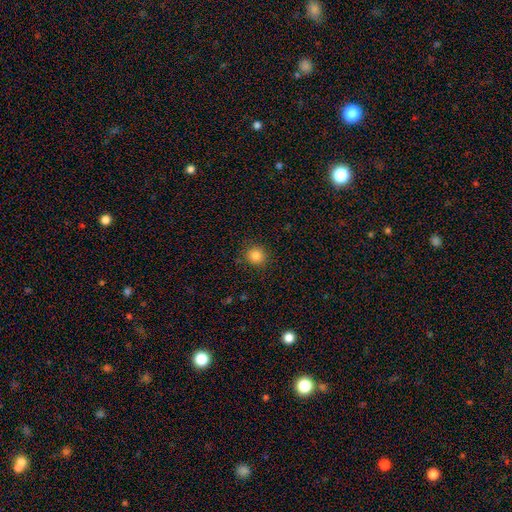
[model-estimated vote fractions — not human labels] Smooth or featured: smooth — 84% (star or artifact — 11%)
How rounded: round — 91% (in between — 8%)
Merging: none — 88% (minor disturbance — 8%)